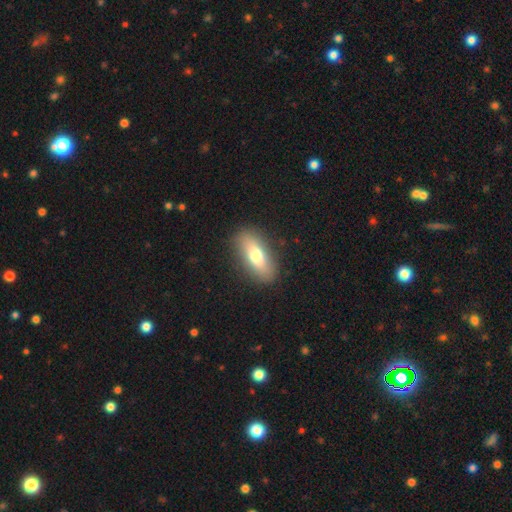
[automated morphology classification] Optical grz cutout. It shows a smooth galaxy with no disk features (69%) that is in between round and cigar-shaped (77%). Merging: none (87%).